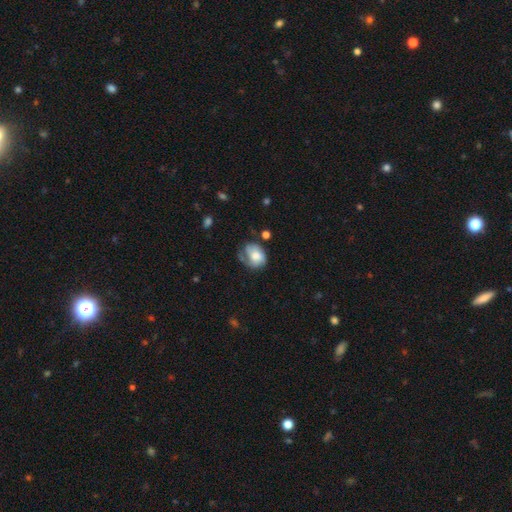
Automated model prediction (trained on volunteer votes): This appears to be a smooth galaxy with no disk features (61%) that is in between round and cigar-shaped (55%). Merging: none (36%).